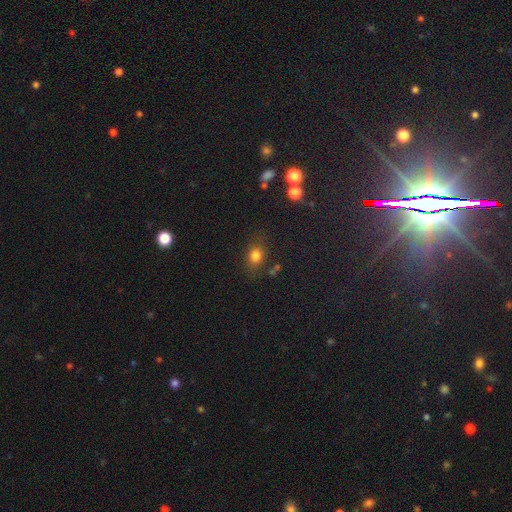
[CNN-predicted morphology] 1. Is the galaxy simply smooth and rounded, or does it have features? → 76% smooth, 16% star or artifact, 8% featured or disk.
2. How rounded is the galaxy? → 51% in between, 48% round, 2% cigar-shaped.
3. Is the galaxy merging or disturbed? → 75% none, 15% minor disturbance, 6% major disturbance, 4% merger.